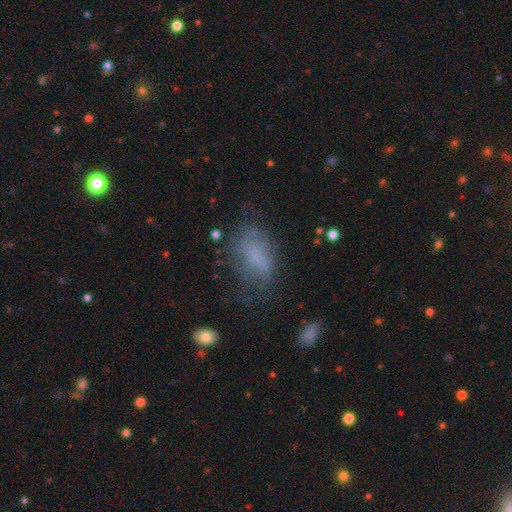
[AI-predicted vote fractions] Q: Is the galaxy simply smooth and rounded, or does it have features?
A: smooth — 54%.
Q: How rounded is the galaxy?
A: in between — 87%.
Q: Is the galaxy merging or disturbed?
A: none — 46%.